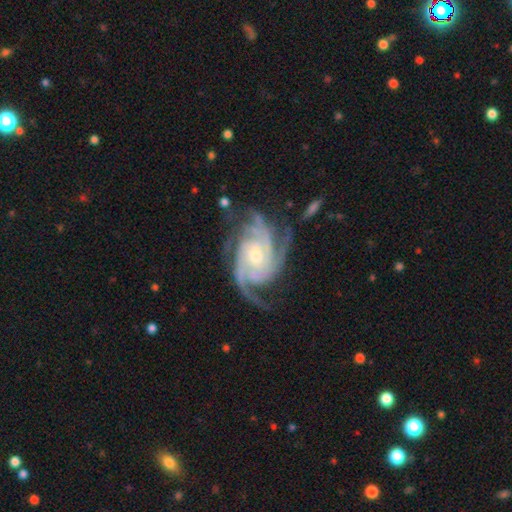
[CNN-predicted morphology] A featured or disk galaxy (93%) with no bar (70%), 3 (37%) tight (54%) spiral arms (98%) and a moderate central bulge (49%). Merging: none (69%).